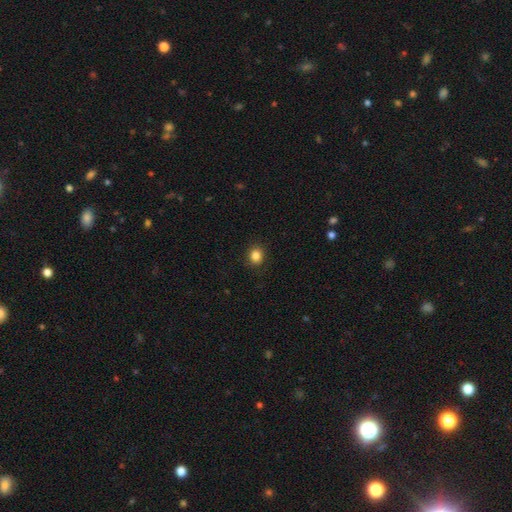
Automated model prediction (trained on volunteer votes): Smooth or featured: smooth — 85% (star or artifact — 11%)
How rounded: round — 74% (in between — 25%)
Merging: none — 89% (minor disturbance — 8%)